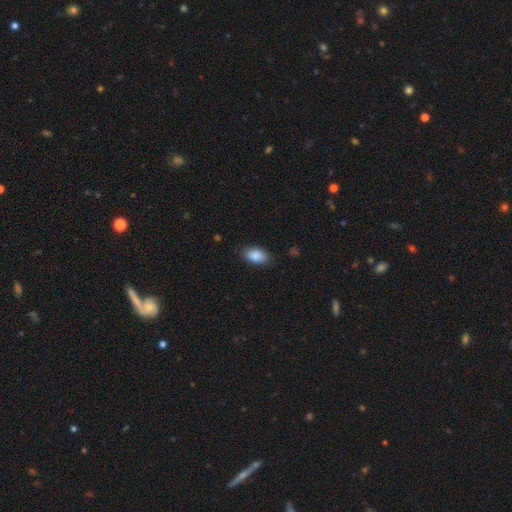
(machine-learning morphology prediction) This appears to be a smooth galaxy with no disk features (89%) that is in between round and cigar-shaped (92%). Merging: none (83%).